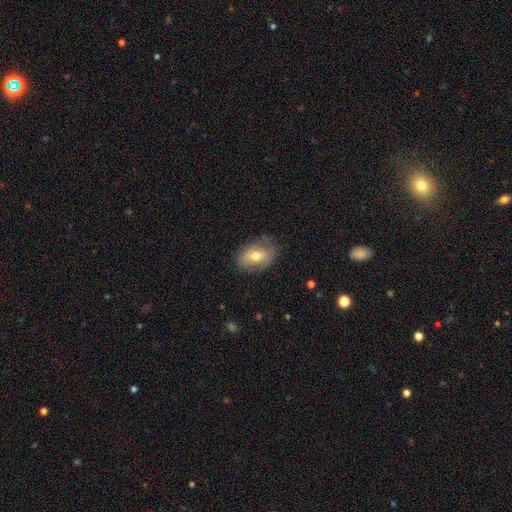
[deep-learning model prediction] A smooth galaxy with no disk features (59%) that is in between round and cigar-shaped (82%).

Vote fractions:
- Smooth or featured? smooth: 59% / featured or disk: 33% / star or artifact: 8%
- How rounded? in between: 82% / round: 17% / cigar-shaped: 2%
- Merging? none: 73% / minor disturbance: 21% / major disturbance: 6% / merger: 1%